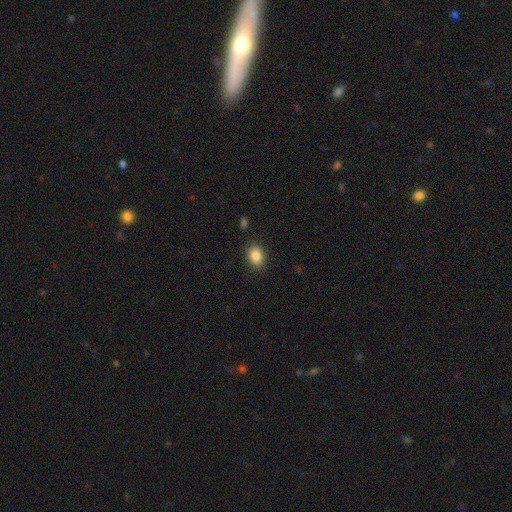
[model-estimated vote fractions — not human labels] This appears to be a smooth galaxy with no disk features (86%) that is in between round and cigar-shaped (67%). Merging: none (88%).